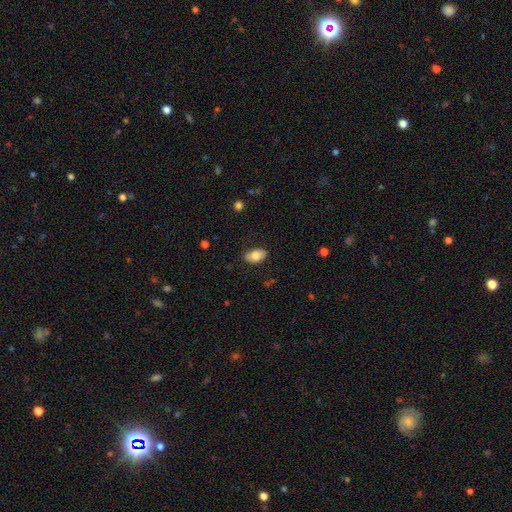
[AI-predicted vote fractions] This appears to be a smooth galaxy with no disk features (78%) that is in between round and cigar-shaped (92%). Merging: none (82%).